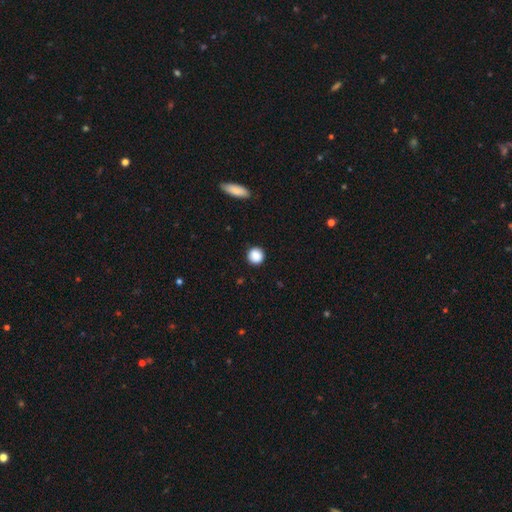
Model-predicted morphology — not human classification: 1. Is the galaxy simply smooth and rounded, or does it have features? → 89% smooth, 9% star or artifact, 3% featured or disk.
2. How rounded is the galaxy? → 93% round, 6% in between, 1% cigar-shaped.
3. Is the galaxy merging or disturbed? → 91% none, 6% minor disturbance, 2% major disturbance, 1% merger.